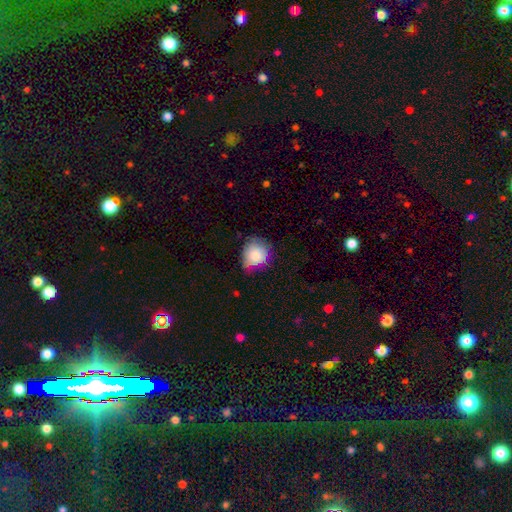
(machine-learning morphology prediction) Q: Smooth or featured?
A: smooth (79%); runner-up: featured or disk (13%)
Q: How rounded?
A: round (74%); runner-up: in between (25%)
Q: Merging?
A: none (57%); runner-up: minor disturbance (34%)